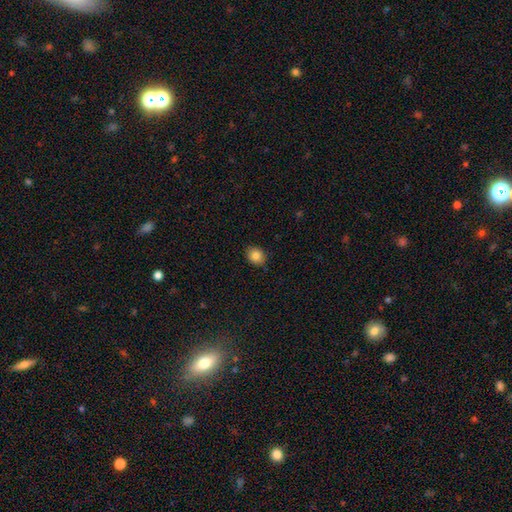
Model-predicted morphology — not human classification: Smooth or featured? Predicted: smooth (p=0.84). How rounded? Predicted: round (p=0.64). Merging? Predicted: none (p=0.86).